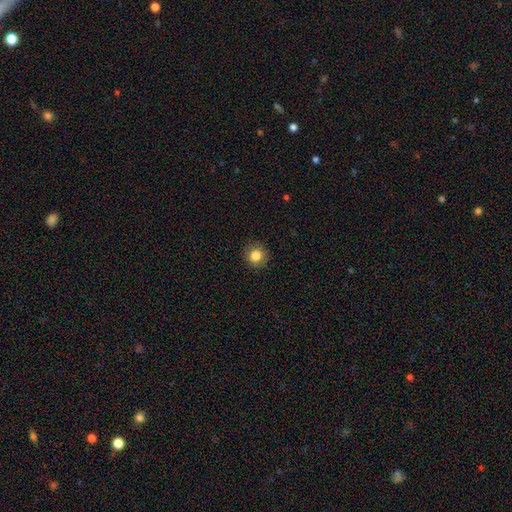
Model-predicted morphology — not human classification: Overall: smooth (84%). How rounded: round (92%). Merging: none (90%).